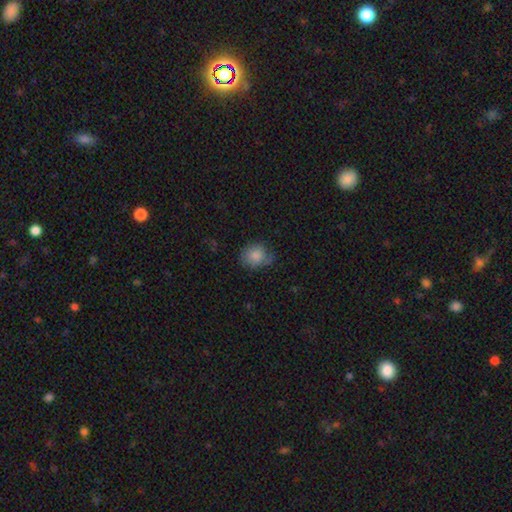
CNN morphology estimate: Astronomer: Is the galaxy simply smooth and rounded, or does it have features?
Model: smooth — 80%.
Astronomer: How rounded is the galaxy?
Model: round — 69%.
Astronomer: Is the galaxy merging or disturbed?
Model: none — 59%.